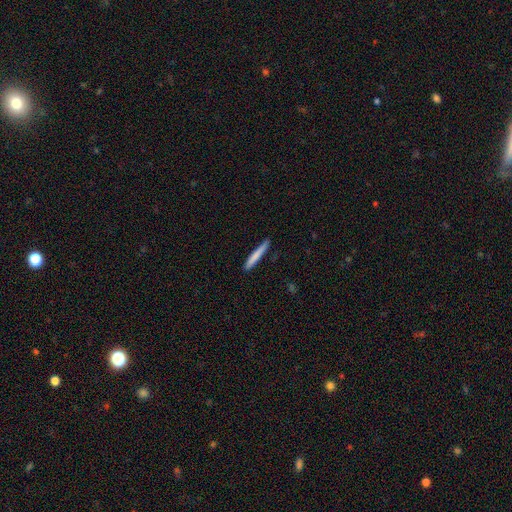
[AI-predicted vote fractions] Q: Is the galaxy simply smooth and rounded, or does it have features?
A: smooth — 78%.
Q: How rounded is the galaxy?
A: cigar-shaped — 96%.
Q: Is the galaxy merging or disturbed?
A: none — 87%.